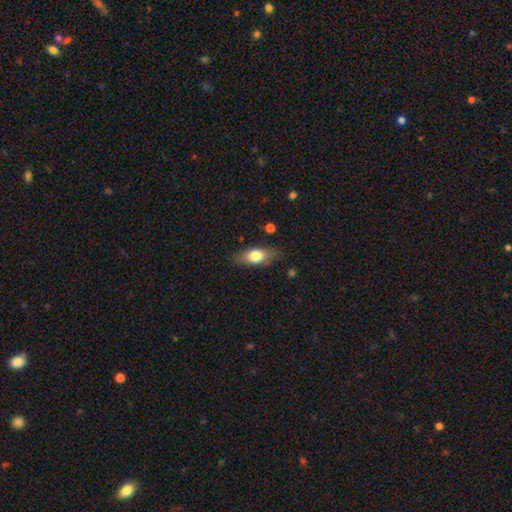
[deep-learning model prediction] Smooth or featured? smooth (74%)
How rounded? in between (81%)
Merging? none (80%)